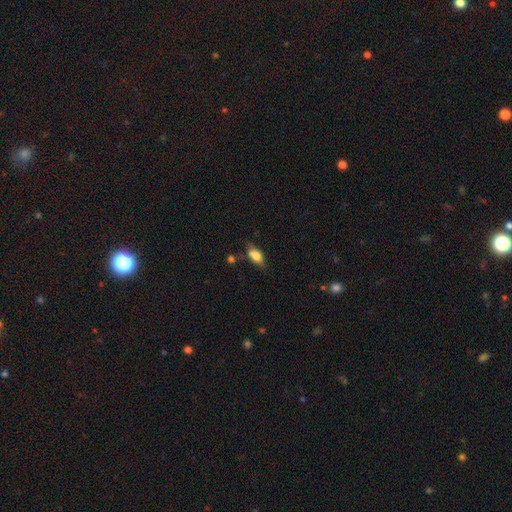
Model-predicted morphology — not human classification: This appears to be a smooth galaxy with no disk features (73%) that is in between round and cigar-shaped (83%). Merging: none (60%).